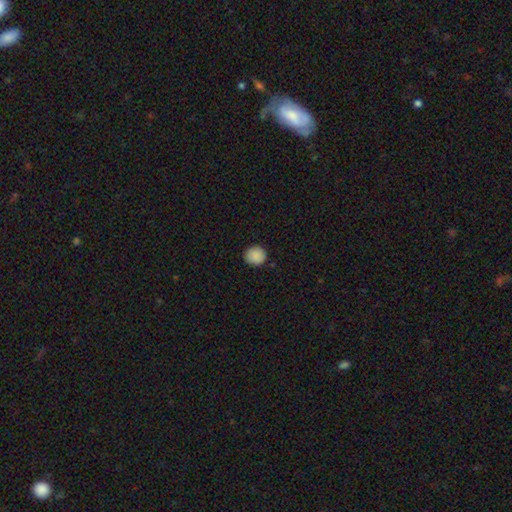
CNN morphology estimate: Overall: smooth (88%). How rounded: round (90%). Merging: none (88%).